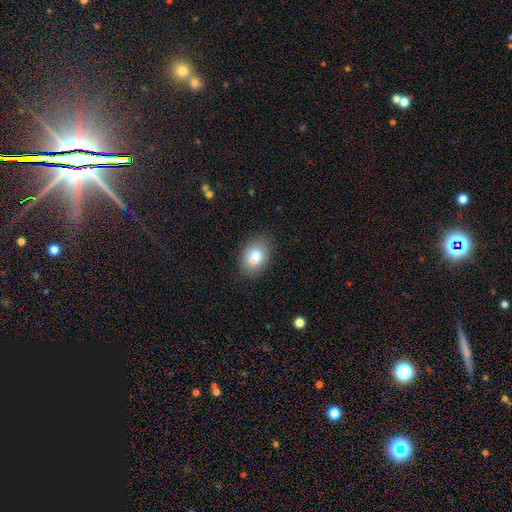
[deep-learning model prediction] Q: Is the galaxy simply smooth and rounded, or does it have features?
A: smooth — 77%.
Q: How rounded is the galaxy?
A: in between — 76%.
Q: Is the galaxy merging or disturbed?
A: none — 68%.